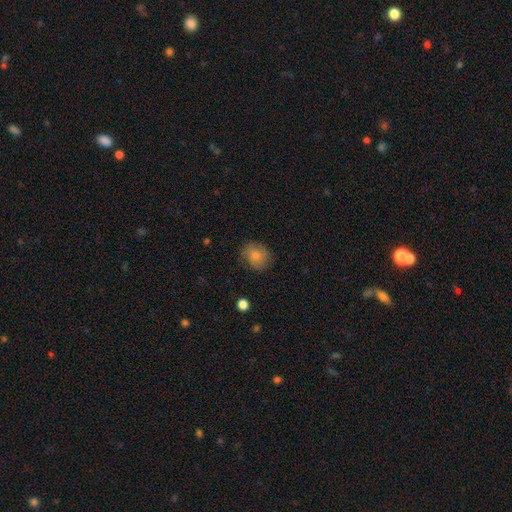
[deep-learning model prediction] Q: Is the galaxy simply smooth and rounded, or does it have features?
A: smooth — 80%.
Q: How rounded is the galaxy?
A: round — 70%.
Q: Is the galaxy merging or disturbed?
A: none — 76%.